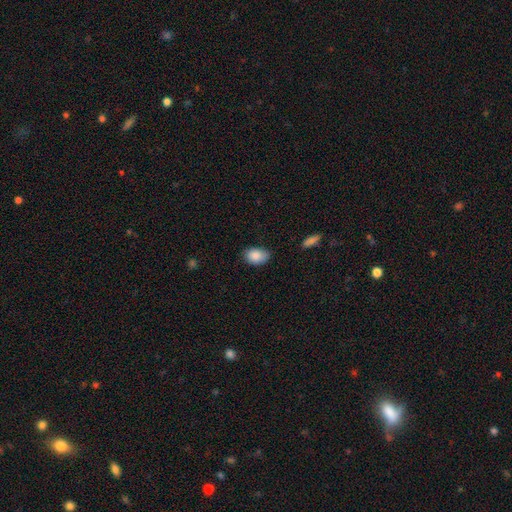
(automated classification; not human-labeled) Smooth or featured: smooth — 87% (star or artifact — 7%)
How rounded: in between — 86% (round — 13%)
Merging: none — 75% (minor disturbance — 21%)